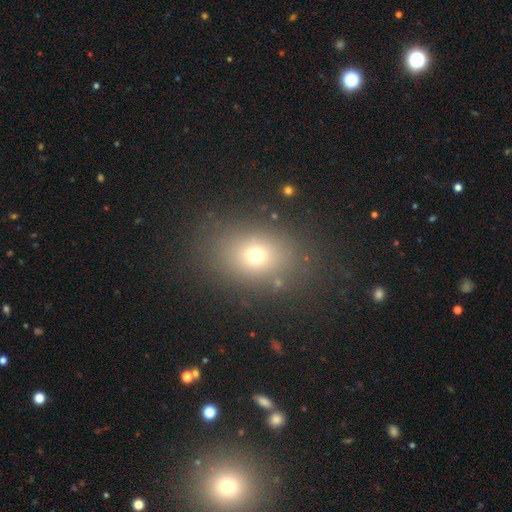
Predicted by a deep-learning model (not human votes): A smooth galaxy with no disk features (68%) that is in between round and cigar-shaped (56%).

Vote fractions:
- Smooth or featured? smooth: 68% / star or artifact: 19% / featured or disk: 13%
- How rounded? in between: 56% / round: 42% / cigar-shaped: 1%
- Merging? none: 83% / minor disturbance: 10% / major disturbance: 5% / merger: 2%